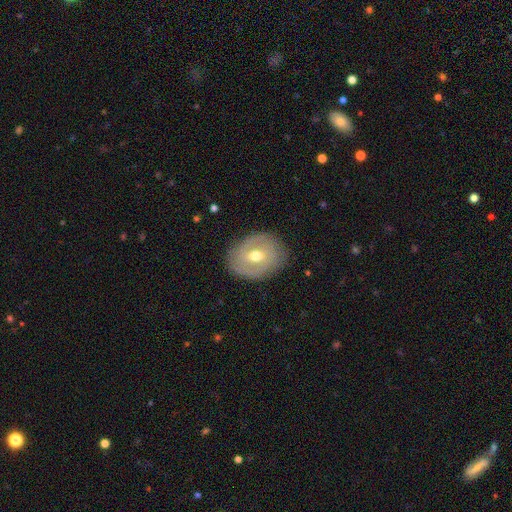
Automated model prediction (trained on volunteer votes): smooth-or-featured: featured or disk: 66% | smooth: 28% | star or artifact: 6%
  disk-edge-on: no: 95% | yes: 5%
    bar: weak: 48% | no: 35% | strong: 17%
    has-spiral-arms: yes: 67% | no: 33%
    bulge-size: moderate: 70% | small: 25% | large: 3% | none: 1% | dominant: 1%
  merging: none: 81% | minor disturbance: 14% | major disturbance: 4% | merger: 1%